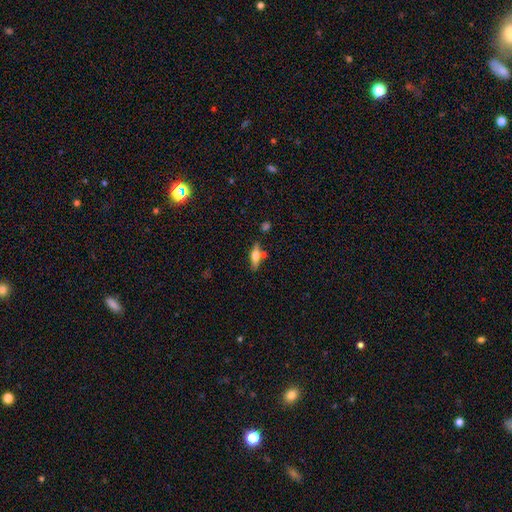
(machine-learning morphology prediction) Overall: smooth (56%; featured or disk 37%). How rounded: cigar-shaped (55%; in between 42%). Merging: none (72%).